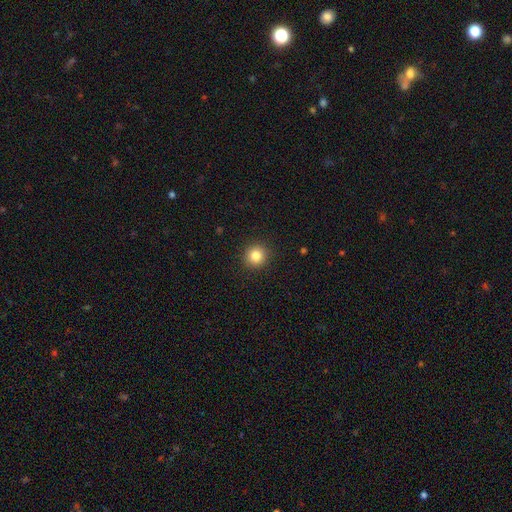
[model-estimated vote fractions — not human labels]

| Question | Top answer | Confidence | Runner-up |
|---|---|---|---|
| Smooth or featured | smooth | 83% | star or artifact (11%) |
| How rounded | round | 93% | in between (6%) |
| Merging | none | 92% | minor disturbance (5%) |